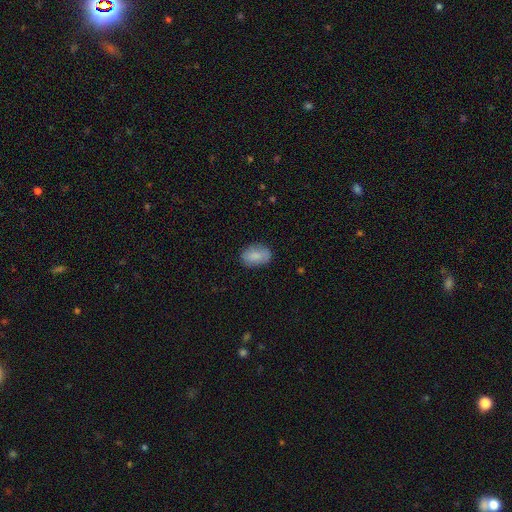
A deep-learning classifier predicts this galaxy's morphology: The model was most divided on "merging": none: 82%, minor disturbance: 14%, major disturbance: 3%, merger: 1%. More confident: how rounded — in between (86%); smooth or featured — smooth (83%).